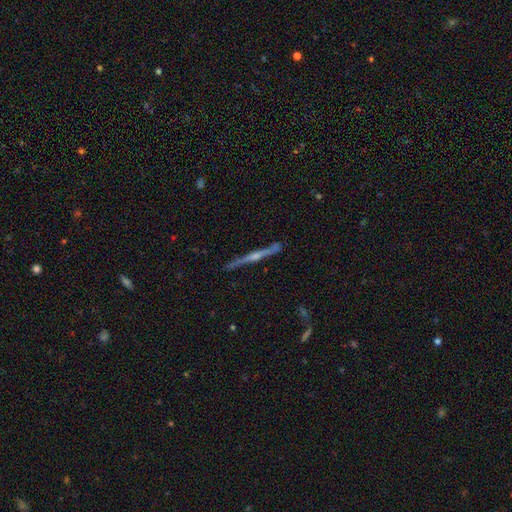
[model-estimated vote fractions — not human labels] Q: Smooth or featured?
A: featured or disk (70%); runner-up: smooth (18%)
Q: Edge-on disk?
A: yes (94%); runner-up: no (6%)
Q: Edge-on bulge?
A: rounded (74%); runner-up: none (17%)
Q: Merging?
A: none (84%); runner-up: minor disturbance (9%)